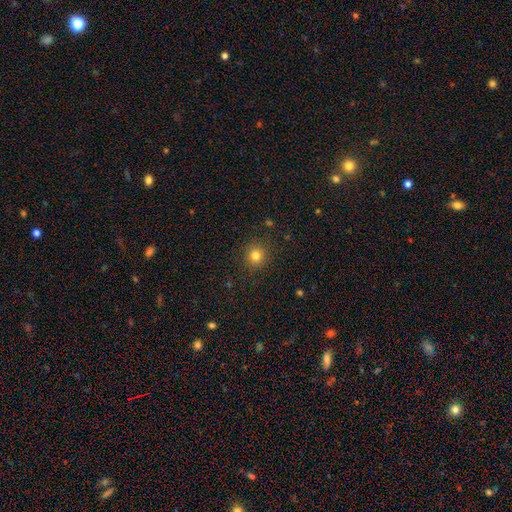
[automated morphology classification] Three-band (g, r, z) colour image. It shows a smooth galaxy with no disk features (80%) that is round (92%). Merging: none (90%).